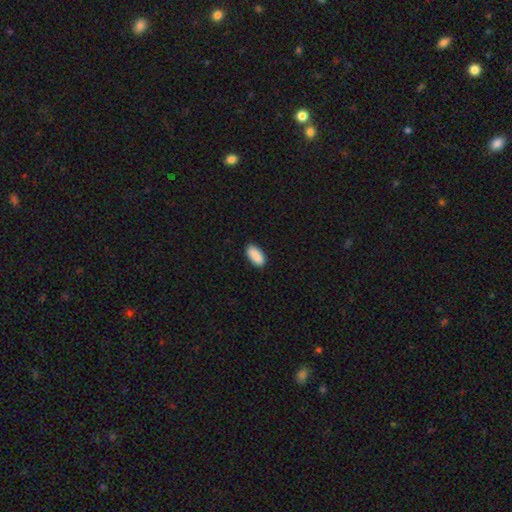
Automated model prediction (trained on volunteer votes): A smooth galaxy with no disk features (91%) that is in between round and cigar-shaped (92%). Merging: none (87%).